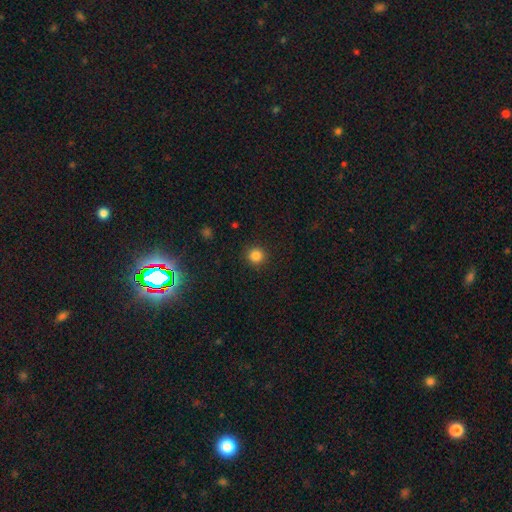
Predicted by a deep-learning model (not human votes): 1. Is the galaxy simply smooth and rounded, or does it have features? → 84% smooth, 12% star or artifact, 4% featured or disk.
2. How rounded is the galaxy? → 94% round, 5% in between, 1% cigar-shaped.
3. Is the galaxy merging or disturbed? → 91% none, 5% minor disturbance, 2% major disturbance, 1% merger.